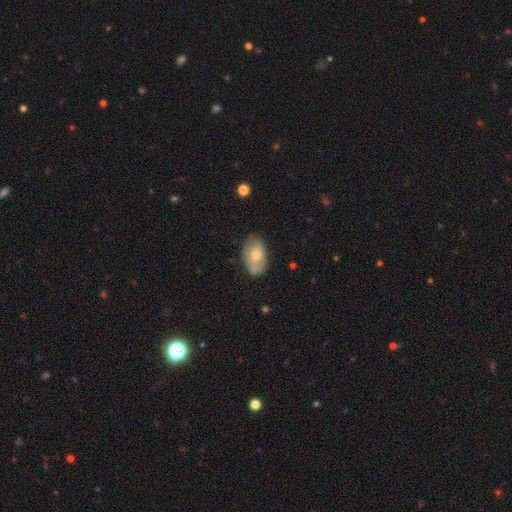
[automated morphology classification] Q: Smooth or featured?
A: smooth (64%); runner-up: featured or disk (29%)
Q: How rounded?
A: in between (91%); runner-up: round (7%)
Q: Merging?
A: none (67%); runner-up: minor disturbance (24%)